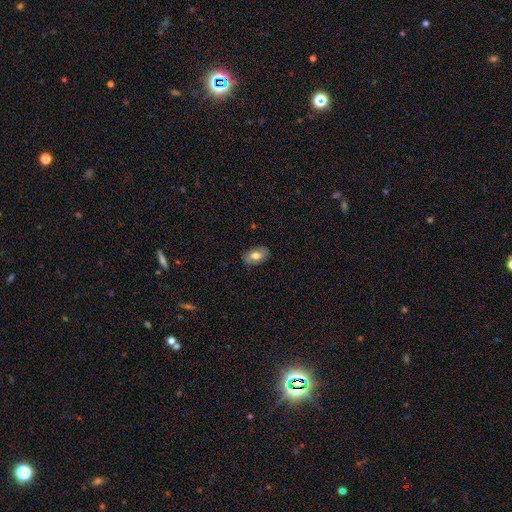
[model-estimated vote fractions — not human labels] Smooth or featured?
  - smooth: 71% *
  - featured or disk: 21%
  - star or artifact: 8%
How rounded?
  - in between: 89% *
  - round: 9%
  - cigar-shaped: 2%
Merging?
  - none: 80% *
  - minor disturbance: 16%
  - major disturbance: 3%
  - merger: 1%